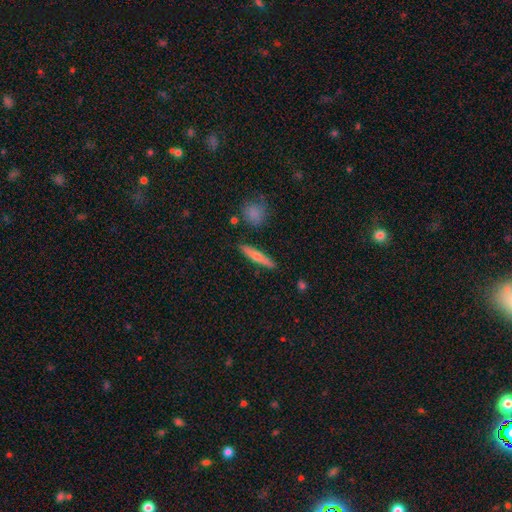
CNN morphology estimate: smooth-or-featured: smooth: 53% | featured or disk: 40% | star or artifact: 7%
  how-rounded: cigar-shaped: 86% | in between: 11% | round: 3%
  merging: none: 87% | minor disturbance: 9% | merger: 2% | major disturbance: 2%